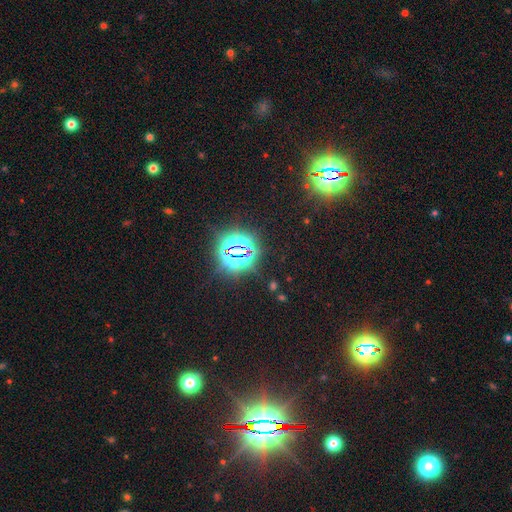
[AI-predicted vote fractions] A star or artifact, not a galaxy (80%).

Vote fractions:
- Smooth or featured? star or artifact: 80% / smooth: 12% / featured or disk: 8%